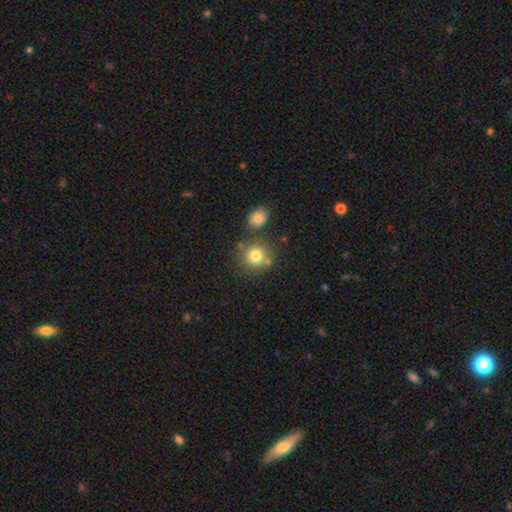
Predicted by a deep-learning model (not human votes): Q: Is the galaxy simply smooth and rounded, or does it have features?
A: smooth — 79%.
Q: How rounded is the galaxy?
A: round — 87%.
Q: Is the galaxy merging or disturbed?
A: none — 69%.